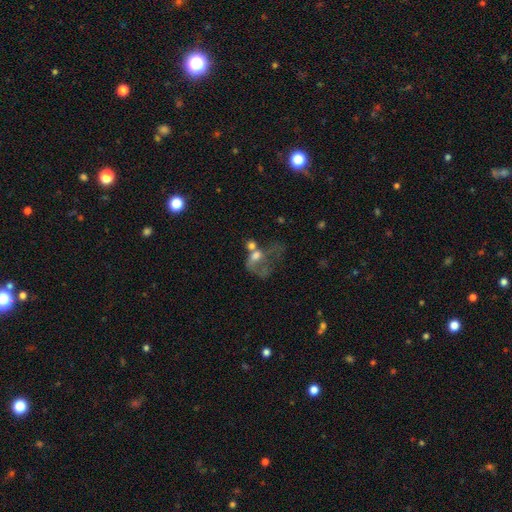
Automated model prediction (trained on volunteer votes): smooth_or_featured: smooth (p=0.47) [alt: featured or disk p=0.40]
merging: merger (p=0.42) [alt: major disturbance p=0.36]